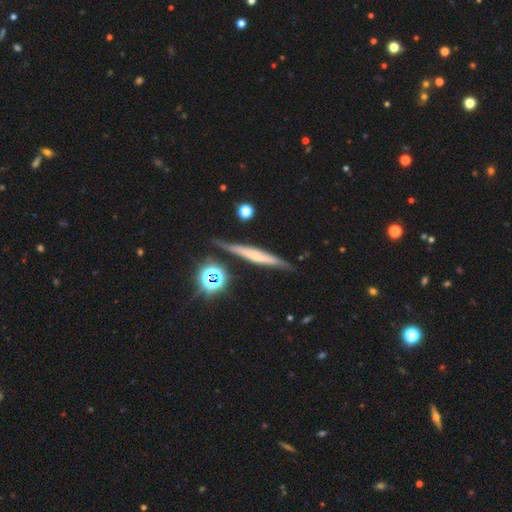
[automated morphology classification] A featured or disk galaxy (53%) viewed edge-on (93%). Merging: none (82%).